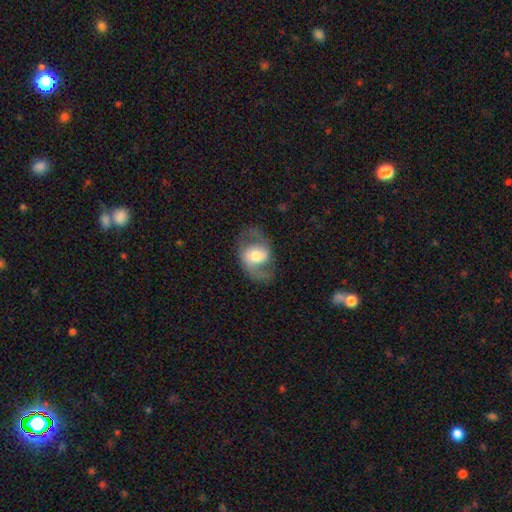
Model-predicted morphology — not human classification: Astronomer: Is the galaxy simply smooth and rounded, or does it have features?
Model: featured or disk — 70%.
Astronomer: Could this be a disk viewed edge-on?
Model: no — 96%.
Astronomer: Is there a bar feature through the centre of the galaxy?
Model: no — 45% (runner-up: weak, 39%).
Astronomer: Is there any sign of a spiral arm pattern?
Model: yes — 82%.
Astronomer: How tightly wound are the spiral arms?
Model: medium — 51% (runner-up: loose, 35%).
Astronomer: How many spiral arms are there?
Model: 2 — 89%.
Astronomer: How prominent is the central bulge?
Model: moderate — 56%.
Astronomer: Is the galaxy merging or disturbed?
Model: none — 72%.